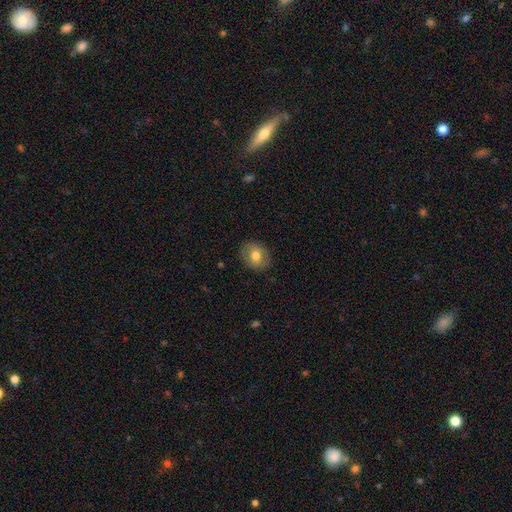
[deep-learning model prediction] smooth 72%, featured or disk 20%, star or artifact 8%. Down the decision tree: how rounded — round (55%); merging — none (86%).